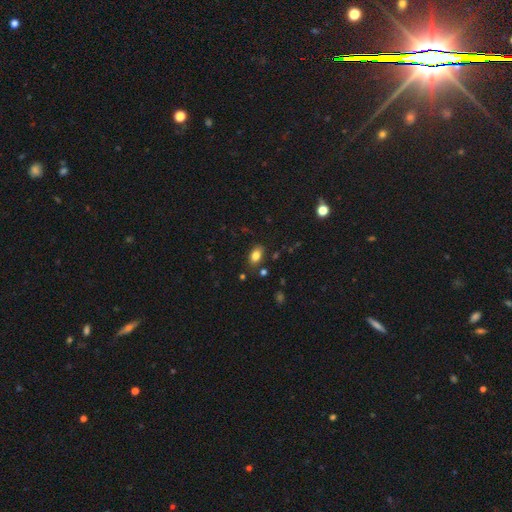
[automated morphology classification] Overall: smooth (83%). How rounded: in between (87%). Merging: none (82%).